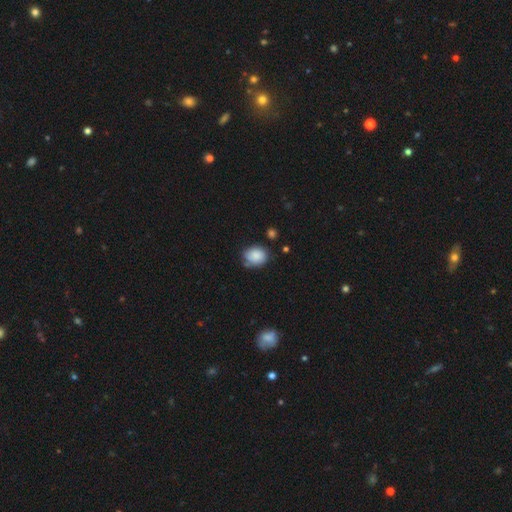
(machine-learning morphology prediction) A smooth galaxy with no disk features (83%) that is round (53%). Merging: none (65%).